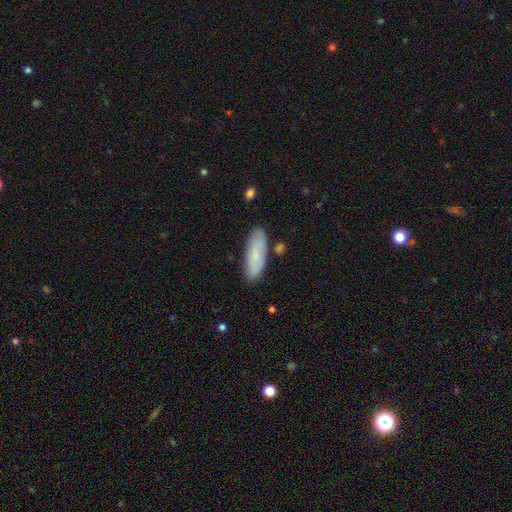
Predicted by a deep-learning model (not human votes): Q: Smooth or featured?
A: smooth (80%); runner-up: featured or disk (13%)
Q: How rounded?
A: in between (59%); runner-up: cigar-shaped (39%)
Q: Merging?
A: none (80%); runner-up: minor disturbance (14%)